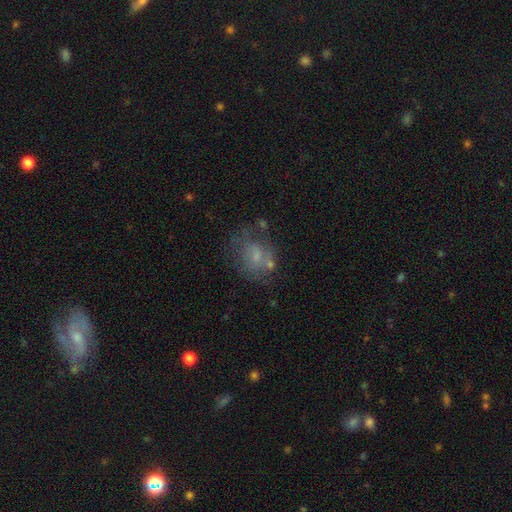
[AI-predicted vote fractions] Overall: smooth (49%; featured or disk 36%). Merging: none (49%; minor disturbance 21%).